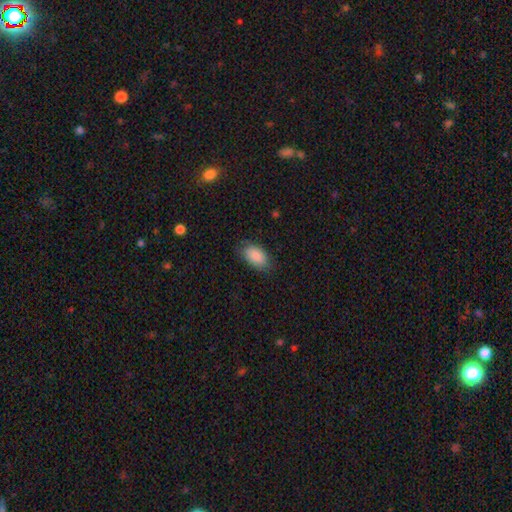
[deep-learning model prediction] Morphology: type=smooth (88%); roundness=in between (93%); merging=none (78%).